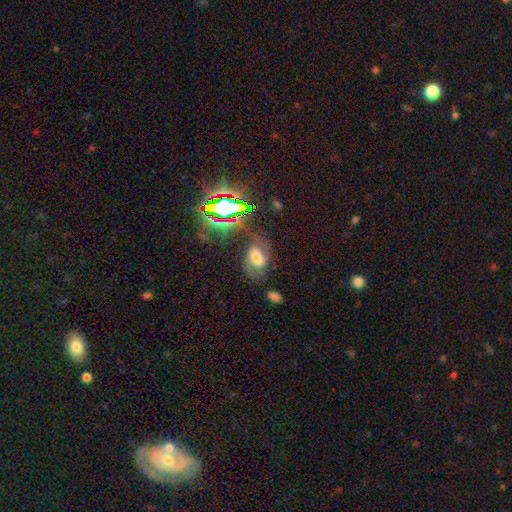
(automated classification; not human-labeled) smooth_or_featured: featured or disk (p=0.56) [alt: smooth p=0.26]
disk_edge_on: no (p=0.95) [alt: yes p=0.05]
bar: weak (p=0.43) [alt: no p=0.34]
has_spiral_arms: yes (p=0.89) [alt: no p=0.11]
bulge_size: moderate (p=0.38) [alt: large p=0.26]
merging: none (p=0.63) [alt: minor disturbance p=0.20]